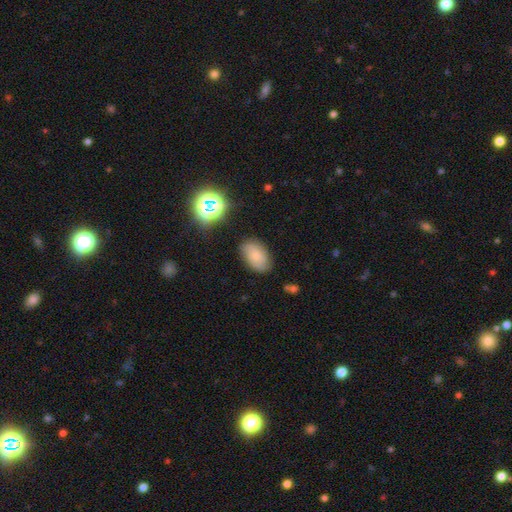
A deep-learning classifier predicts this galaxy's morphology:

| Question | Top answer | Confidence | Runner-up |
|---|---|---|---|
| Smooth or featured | smooth | 58% | featured or disk (30%) |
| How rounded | in between | 89% | round (9%) |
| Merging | none | 77% | minor disturbance (17%) |